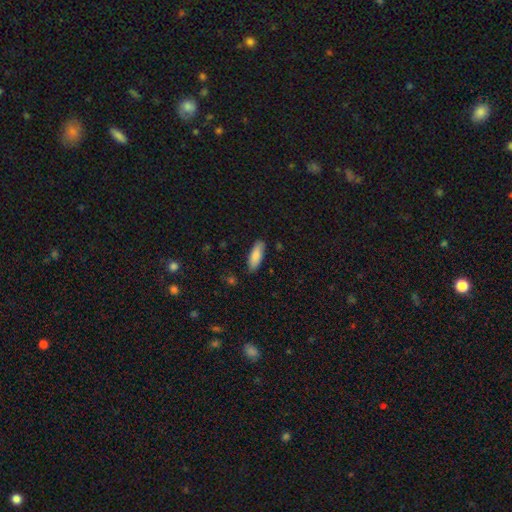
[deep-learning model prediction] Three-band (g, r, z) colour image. It shows a smooth galaxy with no disk features (86%) that is in between round and cigar-shaped (64%). Merging: none (86%).